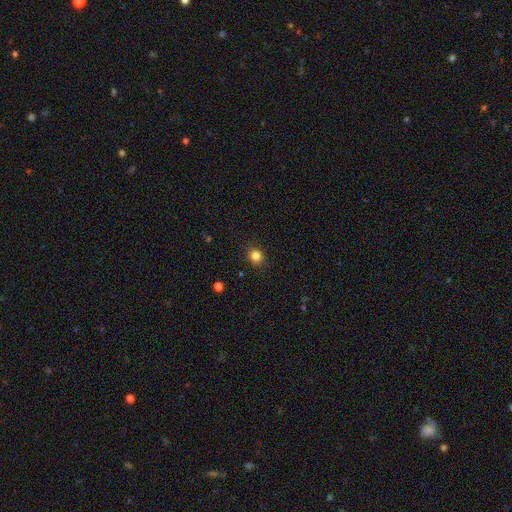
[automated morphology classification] Smooth or featured: smooth — 83% (star or artifact — 13%)
How rounded: round — 81% (in between — 18%)
Merging: none — 89% (minor disturbance — 8%)